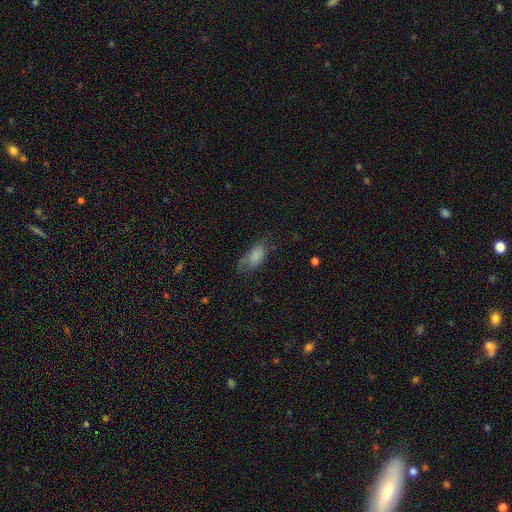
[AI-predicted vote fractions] This is likely a smooth galaxy (80%). How rounded: clearly in between (89%). Merging: possibly none (49%).